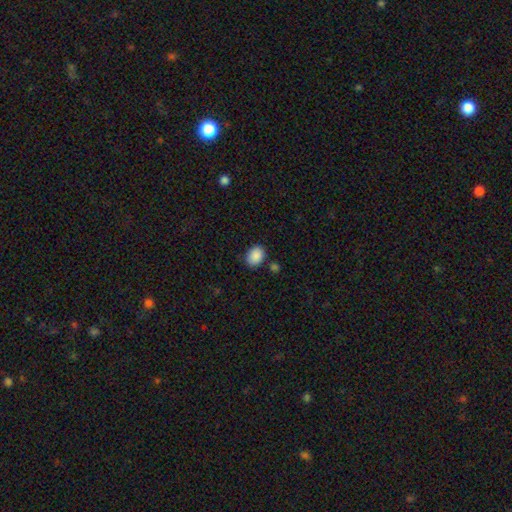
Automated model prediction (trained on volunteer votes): smooth-or-featured: smooth: 89% | star or artifact: 8% | featured or disk: 3%
  how-rounded: in between: 63% | round: 36% | cigar-shaped: 1%
  merging: none: 80% | minor disturbance: 13% | merger: 5% | major disturbance: 3%